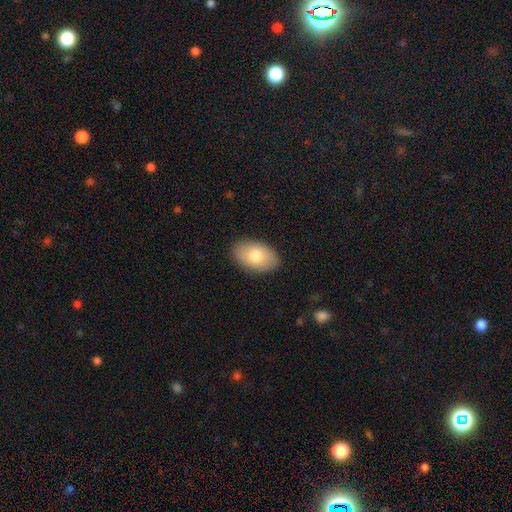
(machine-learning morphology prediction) type=smooth (78%); roundness=in between (92%); merging=none (88%).